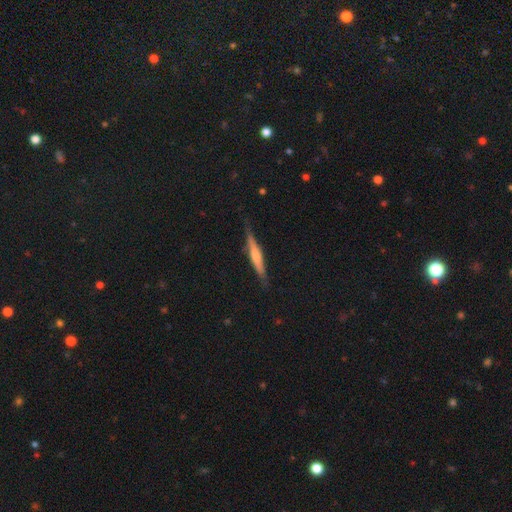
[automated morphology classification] type=featured or disk (50%); edge-on=yes (95%); merging=none (79%).